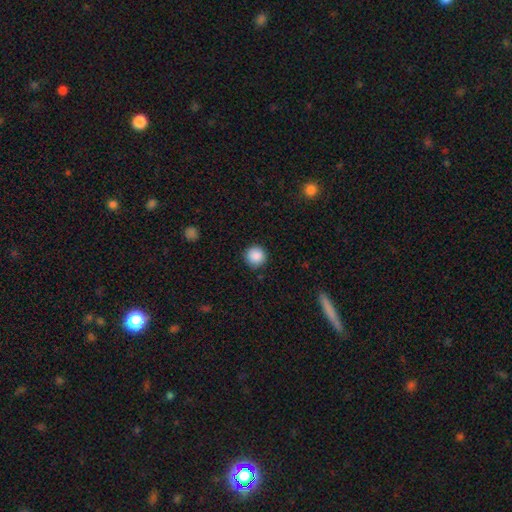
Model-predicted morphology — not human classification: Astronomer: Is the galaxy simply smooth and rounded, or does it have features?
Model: smooth — 89%.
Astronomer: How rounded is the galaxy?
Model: round — 95%.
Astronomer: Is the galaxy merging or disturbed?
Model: none — 91%.